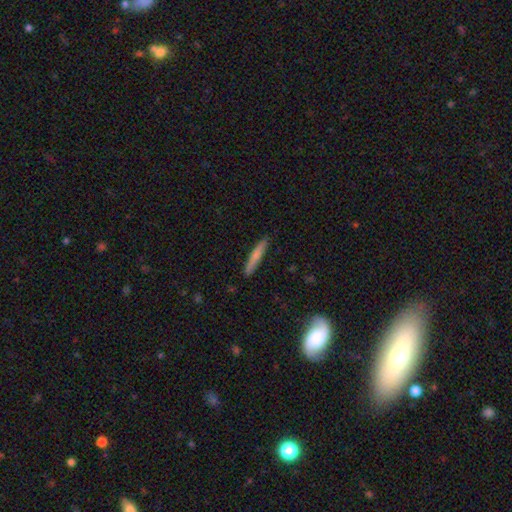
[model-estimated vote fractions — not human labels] Smooth or featured?
  - smooth: 66% *
  - featured or disk: 28%
  - star or artifact: 6%
How rounded?
  - cigar-shaped: 93% *
  - in between: 6%
  - round: 2%
Merging?
  - none: 89% *
  - minor disturbance: 8%
  - major disturbance: 2%
  - merger: 1%